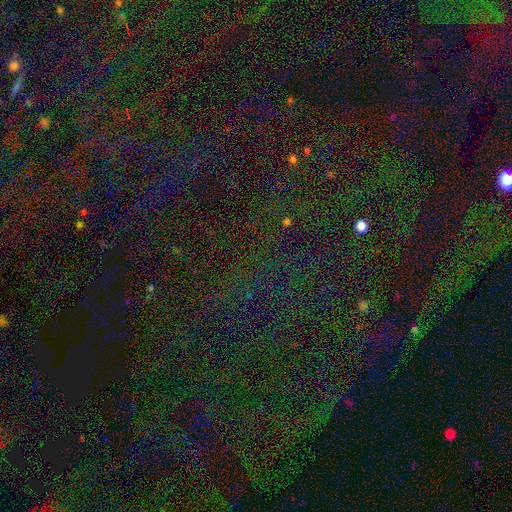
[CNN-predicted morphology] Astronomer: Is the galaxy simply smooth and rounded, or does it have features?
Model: star or artifact — 79%.